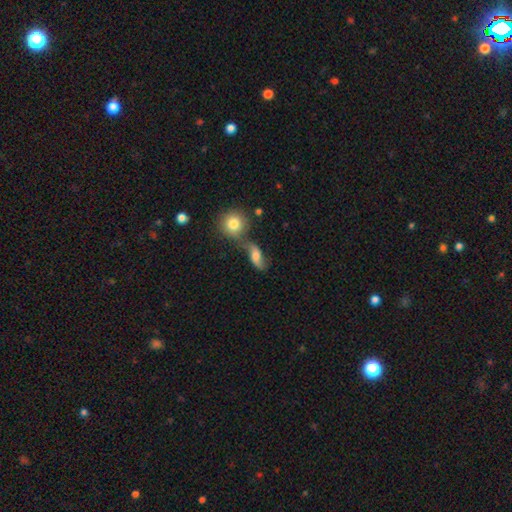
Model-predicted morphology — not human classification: smooth_or_featured: smooth (p=0.53) [alt: featured or disk p=0.36]
how_rounded: in between (p=0.68) [alt: round p=0.17]
merging: none (p=0.44) [alt: merger p=0.28]